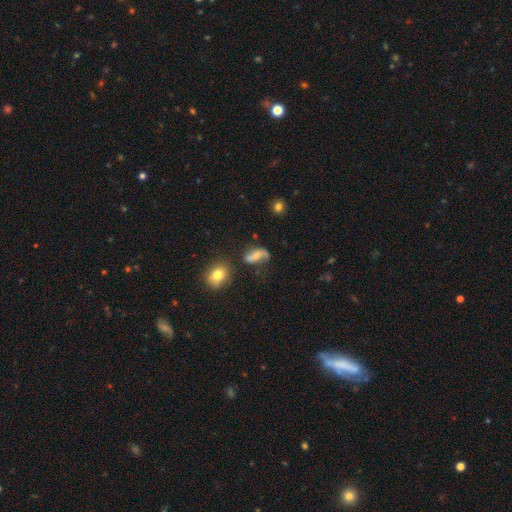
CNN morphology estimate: Q: Smooth or featured?
A: featured or disk (58%); runner-up: smooth (32%)
Q: Edge-on disk?
A: no (92%); runner-up: yes (8%)
Q: Bar?
A: no (42%); runner-up: weak (32%)
Q: Spiral arms?
A: yes (82%); runner-up: no (18%)
Q: Bulge size?
A: moderate (46%); runner-up: small (43%)
Q: Merging?
A: none (54%); runner-up: minor disturbance (22%)